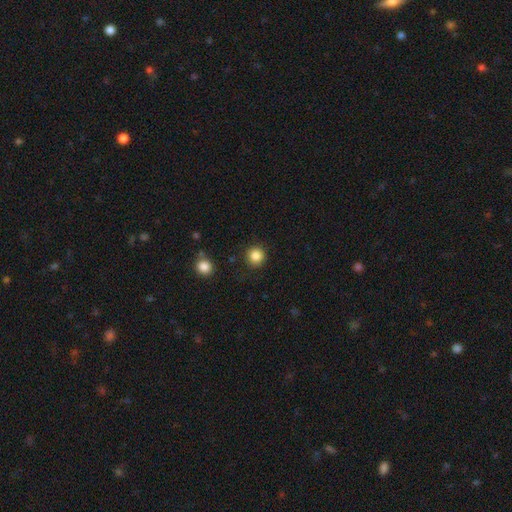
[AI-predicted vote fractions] This is clearly a smooth galaxy (86%). How rounded: clearly round (93%). Merging: clearly none (89%).